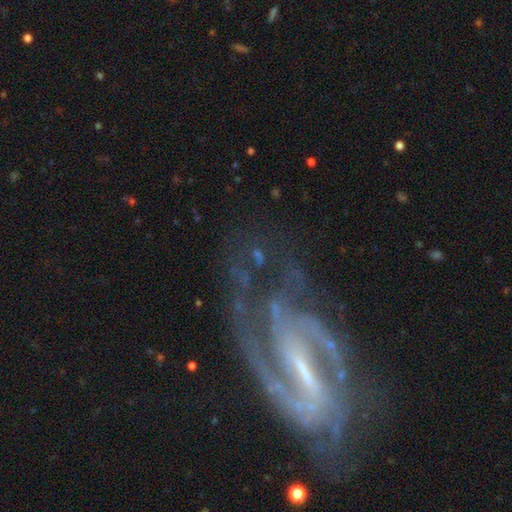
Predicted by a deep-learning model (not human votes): featured or disk 86%, star or artifact 8%, smooth 6%. Down the decision tree: edge-on disk — no (96%); bar — strong (49%); spiral arms — yes (92%); spiral arm count — 2 (59%); spiral winding — medium (47%); bulge size — small (52%); merging — none (54%).